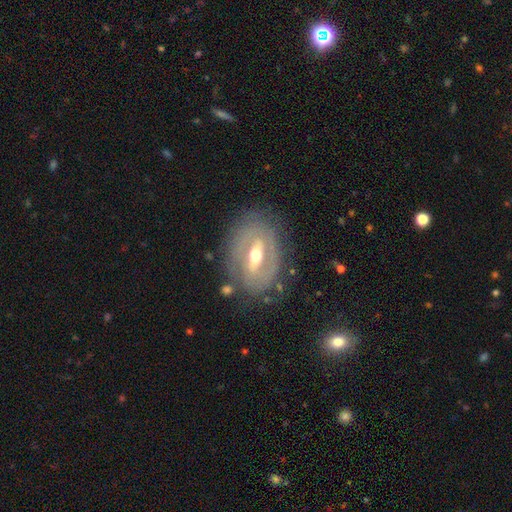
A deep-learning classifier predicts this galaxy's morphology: smooth_or_featured: featured or disk (p=0.79) [alt: smooth p=0.15]
disk_edge_on: no (p=0.91) [alt: yes p=0.09]
bar: strong (p=0.52) [alt: weak p=0.32]
has_spiral_arms: yes (p=0.58) [alt: no p=0.42]
bulge_size: moderate (p=0.72) [alt: small p=0.20]
merging: none (p=0.74) [alt: minor disturbance p=0.16]